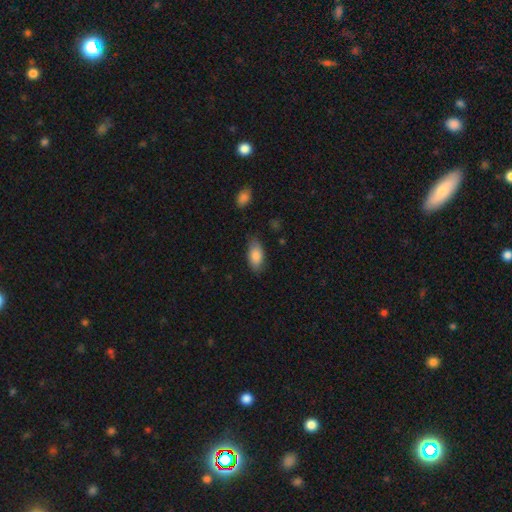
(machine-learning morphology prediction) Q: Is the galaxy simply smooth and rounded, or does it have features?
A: smooth — 85%.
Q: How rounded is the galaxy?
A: in between — 92%.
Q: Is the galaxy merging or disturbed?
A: none — 76%.